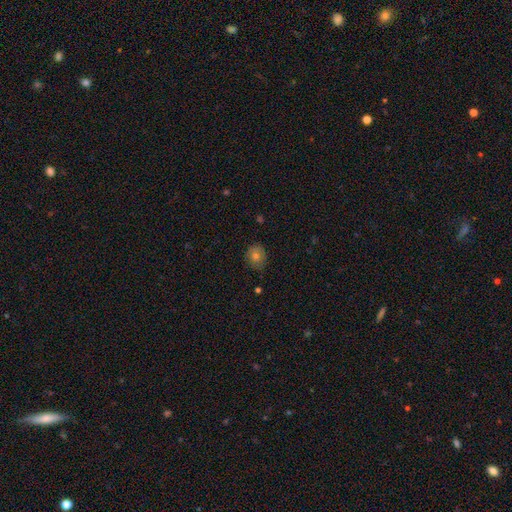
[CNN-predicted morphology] This is likely a smooth galaxy (67%). How rounded: likely round (75%). Merging: likely none (78%).